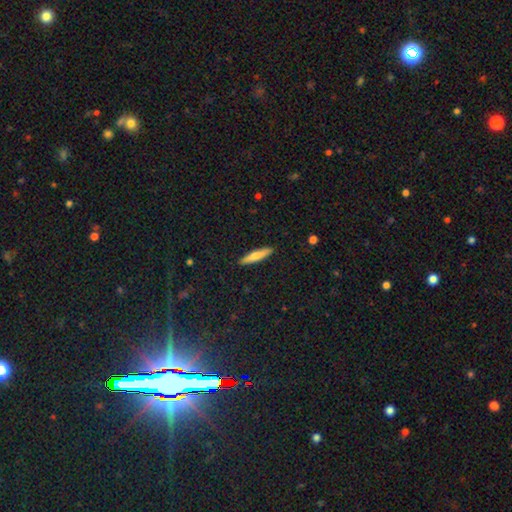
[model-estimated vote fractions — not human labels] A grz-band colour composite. It shows a smooth galaxy with no disk features (66%) that is cigar-shaped (86%). Merging: none (91%).